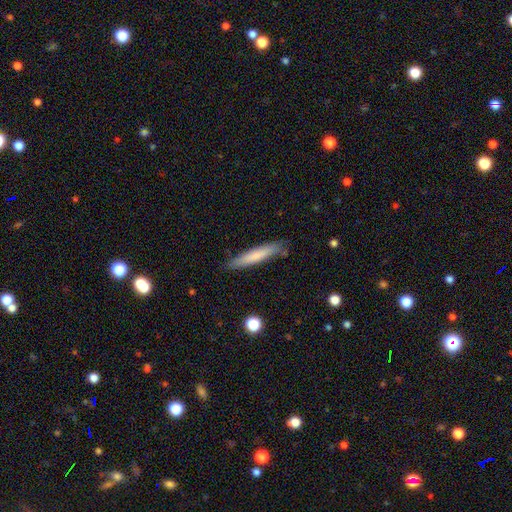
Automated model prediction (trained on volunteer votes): This is likely a smooth galaxy (73%). How rounded: clearly cigar-shaped (92%). Merging: clearly none (83%).